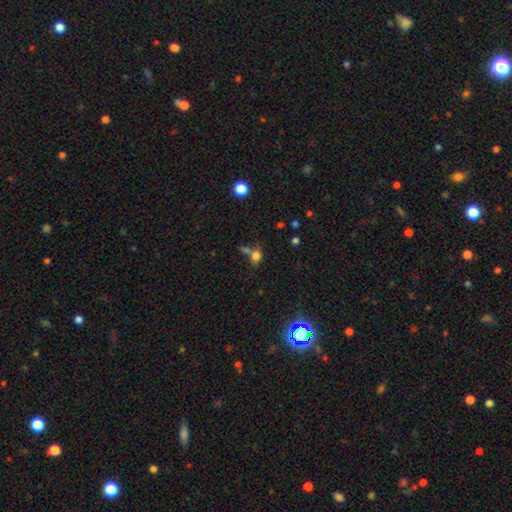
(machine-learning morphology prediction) A smooth galaxy with no disk features (73%) that is in between round and cigar-shaped (57%).

Vote fractions:
- Smooth or featured? smooth: 73% / star or artifact: 17% / featured or disk: 10%
- How rounded? in between: 57% / round: 40% / cigar-shaped: 3%
- Merging? none: 44% / merger: 33% / minor disturbance: 14% / major disturbance: 8%